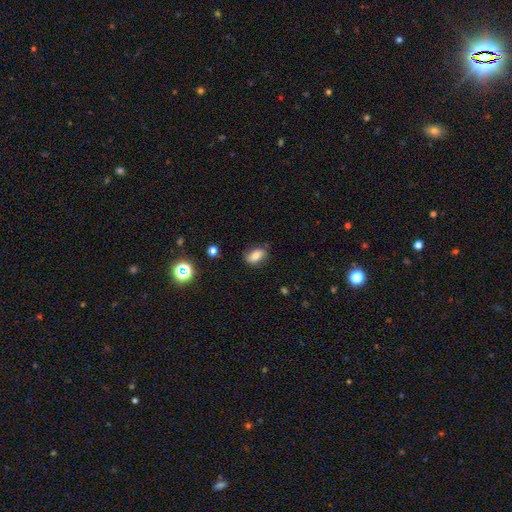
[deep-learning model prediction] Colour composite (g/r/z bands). It shows a smooth galaxy with no disk features (76%) that is in between round and cigar-shaped (86%). Merging: none (73%).